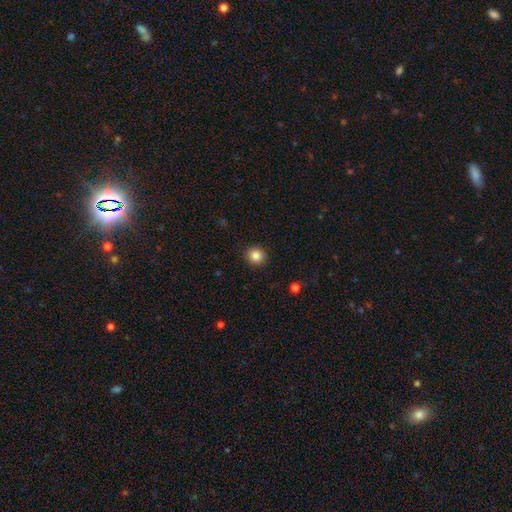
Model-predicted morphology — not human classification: smooth 85%, star or artifact 10%, featured or disk 5%. Down the decision tree: how rounded — round (88%); merging — none (91%).